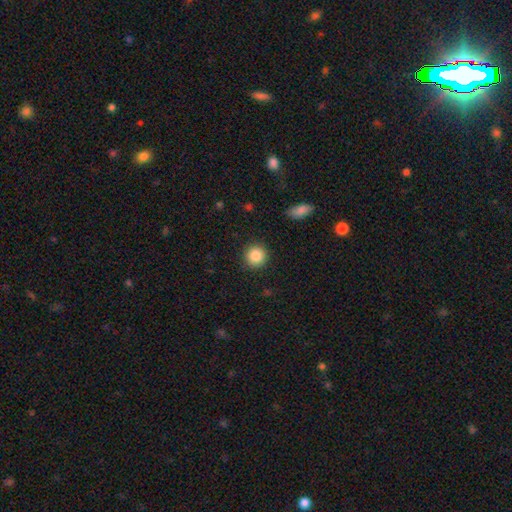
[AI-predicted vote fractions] Overall: smooth (86%). How rounded: round (93%). Merging: none (91%).